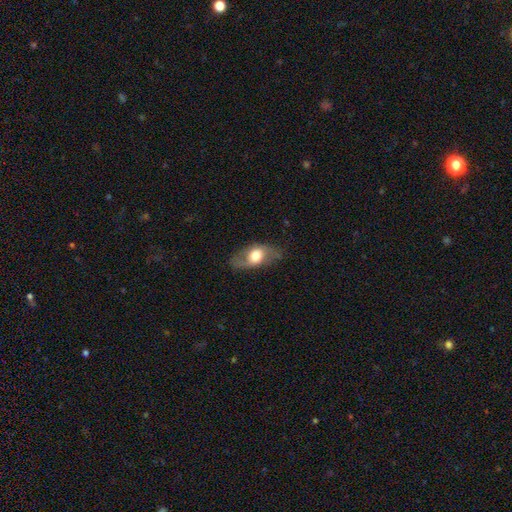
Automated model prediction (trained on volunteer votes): Smooth or featured: featured or disk — 49% (smooth — 44%)
Merging: none — 73% (minor disturbance — 18%)